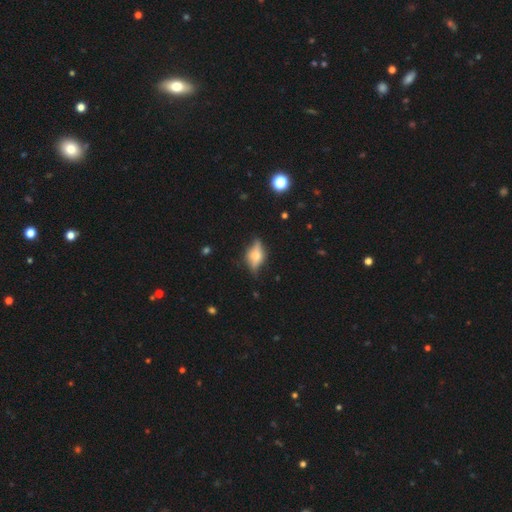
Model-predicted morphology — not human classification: featured or disk 64%, smooth 27%, star or artifact 9%. Down the decision tree: edge-on disk — yes (90%); edge-on bulge — rounded (88%); merging — none (73%).